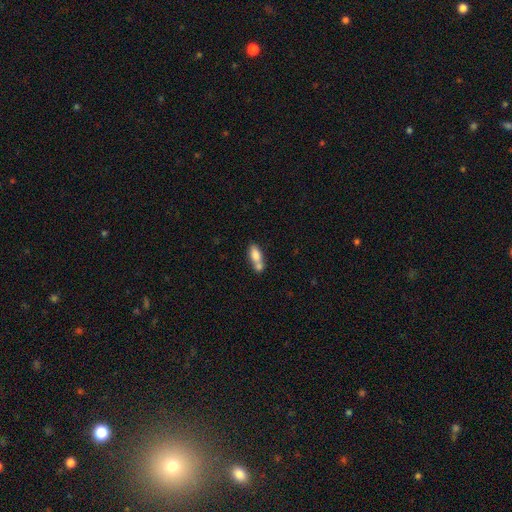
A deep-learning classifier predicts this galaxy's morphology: Q: Smooth or featured?
A: smooth (76%); runner-up: featured or disk (16%)
Q: How rounded?
A: in between (76%); runner-up: cigar-shaped (19%)
Q: Merging?
A: merger (56%); runner-up: none (29%)